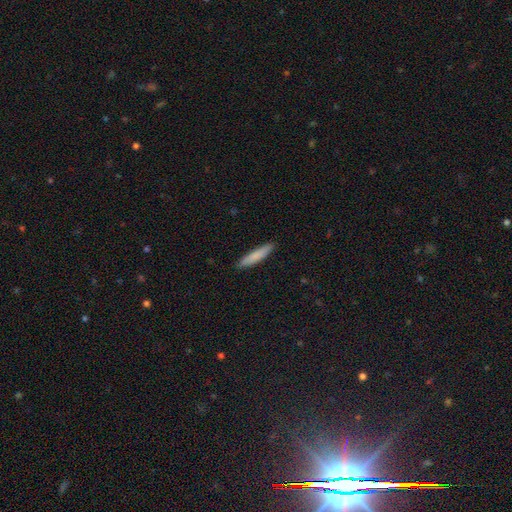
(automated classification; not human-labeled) This appears to be a smooth galaxy with no disk features (82%) that is cigar-shaped (89%). Merging: none (89%).